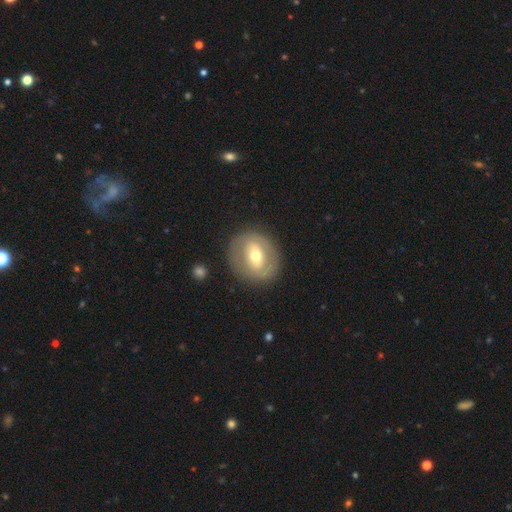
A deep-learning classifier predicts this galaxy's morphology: Smooth or featured? featured or disk (52%)
Edge-on disk? no (93%)
Merging? none (83%)